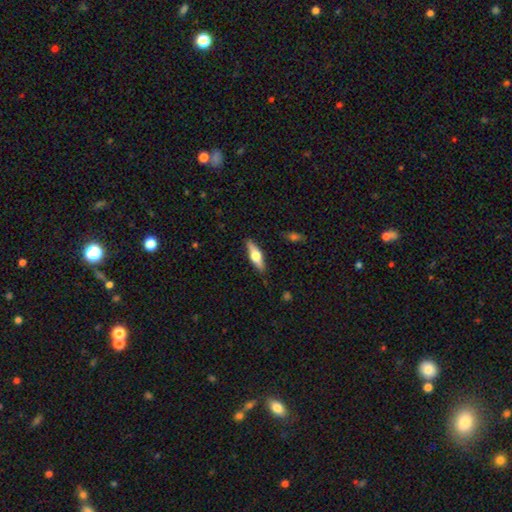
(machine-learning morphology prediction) Smooth or featured? smooth (49%)
Merging? none (87%)